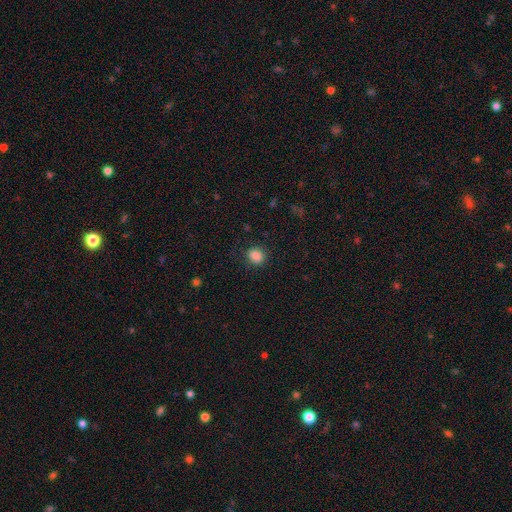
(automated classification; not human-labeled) A smooth galaxy with no disk features (86%) that is round (69%).

Vote fractions:
- Smooth or featured? smooth: 86% / star or artifact: 10% / featured or disk: 4%
- How rounded? round: 69% / in between: 30% / cigar-shaped: 1%
- Merging? none: 86% / minor disturbance: 10% / major disturbance: 3% / merger: 1%